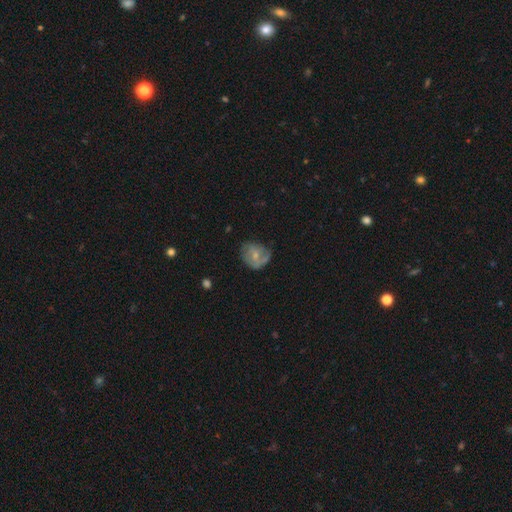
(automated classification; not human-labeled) Overall: smooth (46%, tied with featured or disk). Merging: none (48%; minor disturbance 31%).